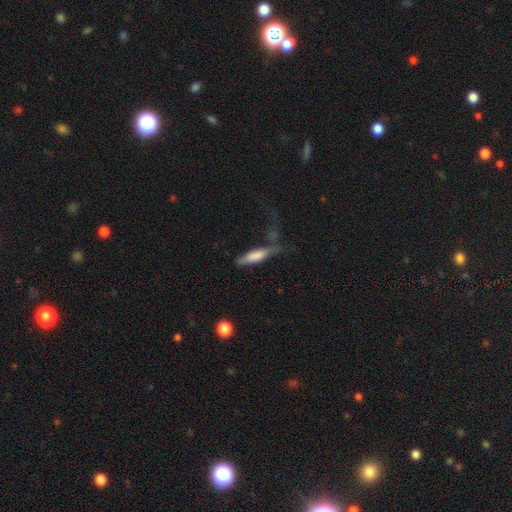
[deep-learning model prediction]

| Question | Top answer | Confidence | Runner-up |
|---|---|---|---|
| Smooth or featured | smooth | 70% | featured or disk (23%) |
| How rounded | cigar-shaped | 60% | in between (38%) |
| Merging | none | 37% | minor disturbance (27%) |